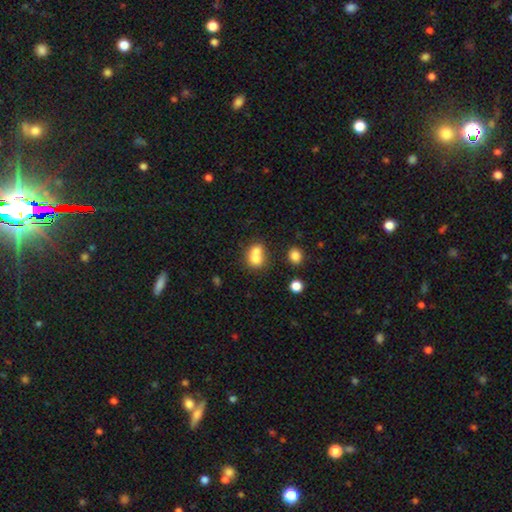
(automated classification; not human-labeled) smooth-or-featured: smooth: 71% | featured or disk: 18% | star or artifact: 11%
  how-rounded: round: 53% | in between: 46% | cigar-shaped: 1%
  merging: merger: 65% | none: 24% | minor disturbance: 7% | major disturbance: 4%